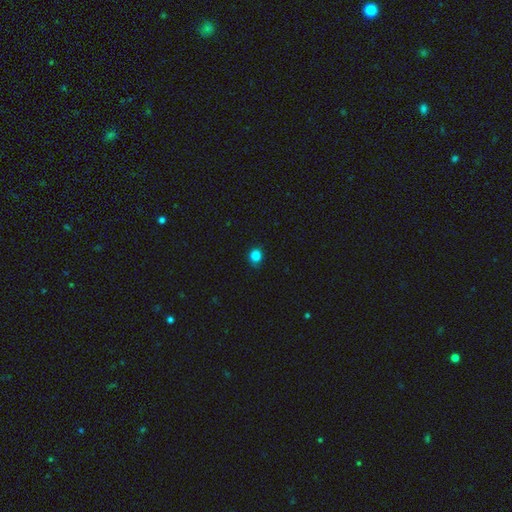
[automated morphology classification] Smooth or featured? smooth (85%)
How rounded? round (81%)
Merging? none (79%)